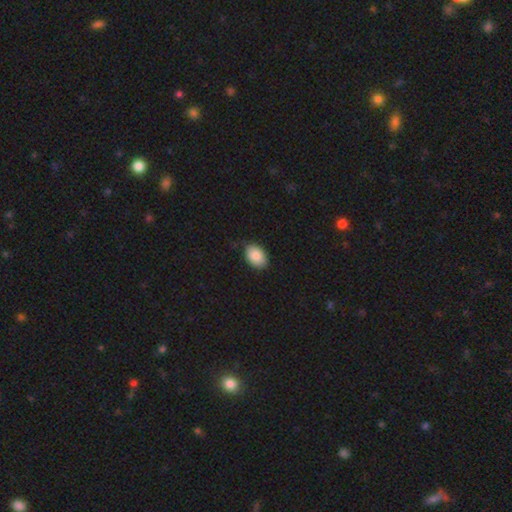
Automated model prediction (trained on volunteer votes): Smooth or featured: smooth — 88% (star or artifact — 7%)
How rounded: in between — 85% (round — 14%)
Merging: none — 81% (minor disturbance — 15%)